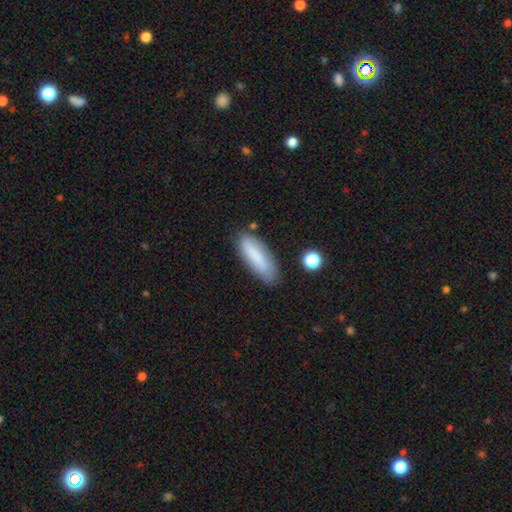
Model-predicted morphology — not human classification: type=smooth (81%); roundness=cigar-shaped (51%); merging=none (76%).